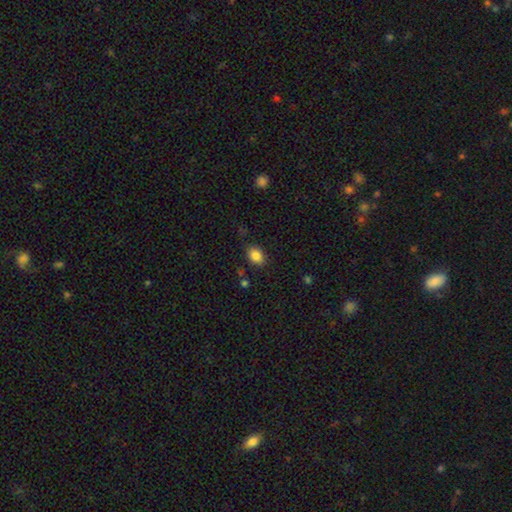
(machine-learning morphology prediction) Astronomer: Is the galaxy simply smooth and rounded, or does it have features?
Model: smooth — 86%.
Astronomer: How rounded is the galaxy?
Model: in between — 72%.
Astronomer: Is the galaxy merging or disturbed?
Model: none — 81%.